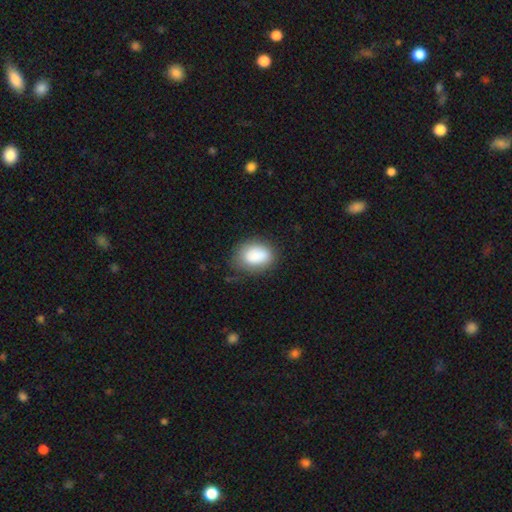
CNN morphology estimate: Smooth or featured?
  - smooth: 86% *
  - star or artifact: 8%
  - featured or disk: 7%
How rounded?
  - in between: 78% *
  - round: 20%
  - cigar-shaped: 1%
Merging?
  - none: 70% *
  - minor disturbance: 21%
  - major disturbance: 7%
  - merger: 2%